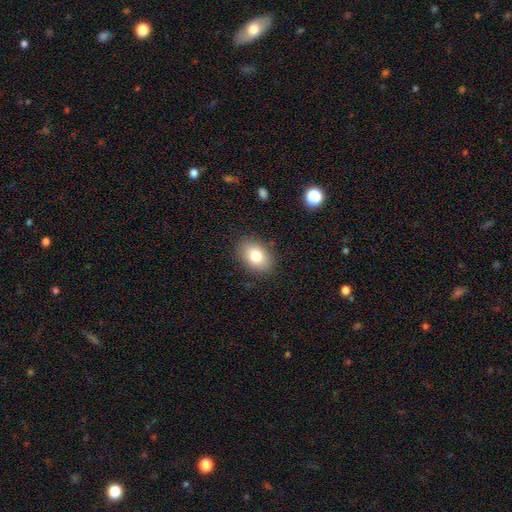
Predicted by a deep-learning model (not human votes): Q: Smooth or featured?
A: smooth (79%); runner-up: featured or disk (12%)
Q: How rounded?
A: in between (78%); runner-up: round (21%)
Q: Merging?
A: none (86%); runner-up: minor disturbance (10%)